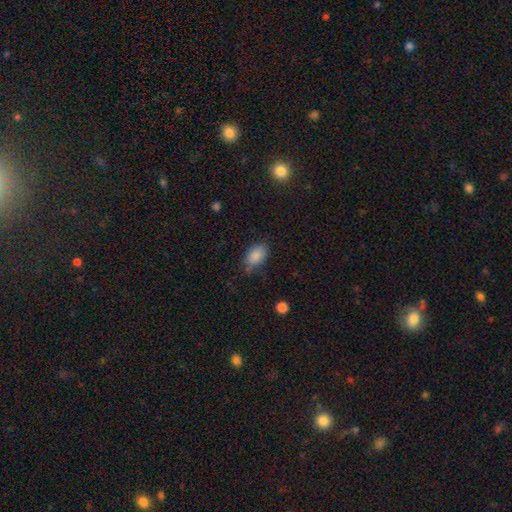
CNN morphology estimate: This is clearly a smooth galaxy (86%). How rounded: clearly in between (87%). Merging: likely none (69%).